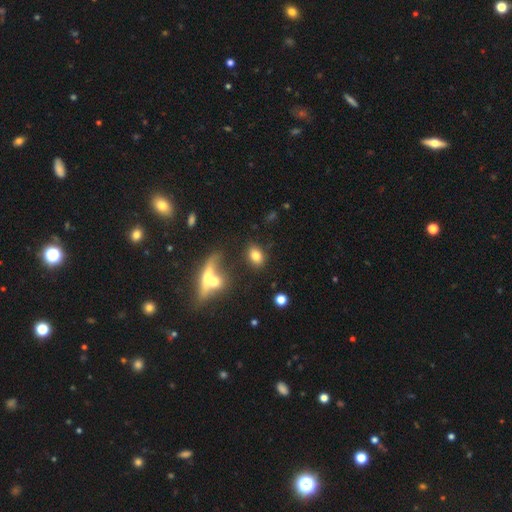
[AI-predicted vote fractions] smooth-or-featured: smooth: 78% | featured or disk: 12% | star or artifact: 10%
  how-rounded: in between: 72% | round: 25% | cigar-shaped: 3%
  merging: none: 77% | minor disturbance: 11% | merger: 8% | major disturbance: 4%